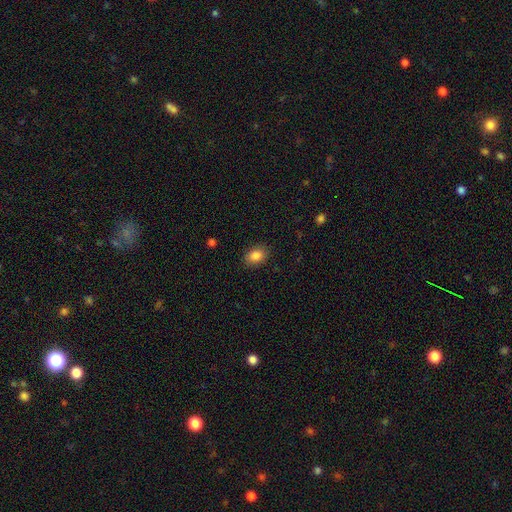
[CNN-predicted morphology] This is clearly a smooth galaxy (86%). How rounded: likely in between (78%). Merging: clearly none (87%).